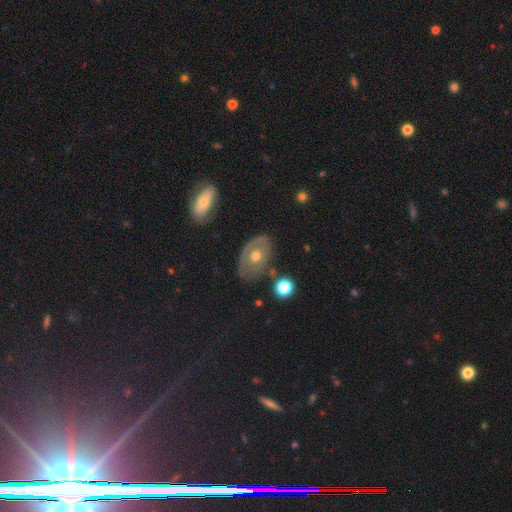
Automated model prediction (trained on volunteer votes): smooth_or_featured: featured or disk (p=0.53) [alt: smooth p=0.38]
disk_edge_on: no (p=0.91) [alt: yes p=0.09]
merging: none (p=0.67) [alt: minor disturbance p=0.21]